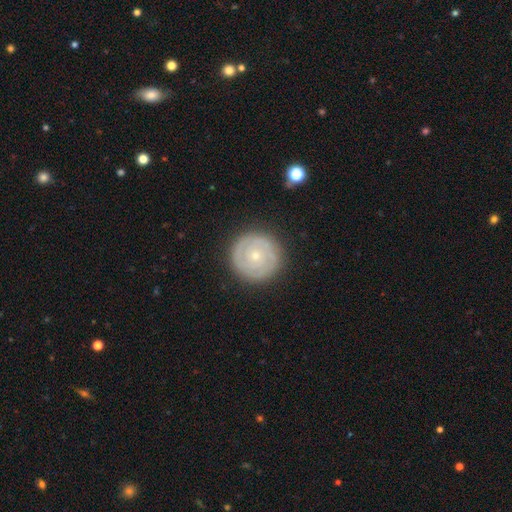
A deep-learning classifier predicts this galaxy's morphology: type=featured or disk (72%); edge-on=no (98%); bar=no (85%); spiral arms=yes (78%); winding=tight (81%); arm count=2 (39%); bulge=small (77%); merging=none (87%).